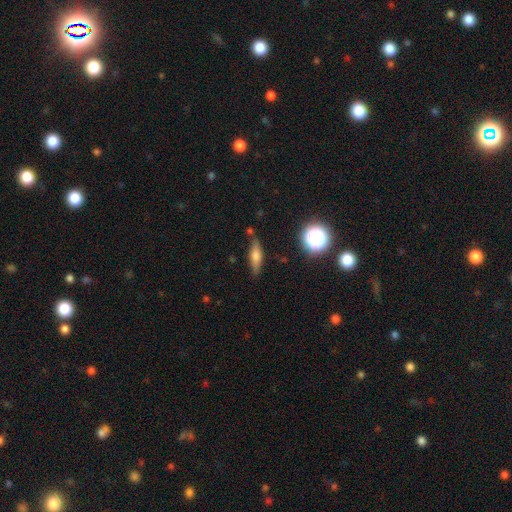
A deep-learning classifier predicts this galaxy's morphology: Smooth or featured?
  - smooth: 49% *
  - featured or disk: 40%
  - star or artifact: 11%
Merging?
  - none: 78% *
  - minor disturbance: 15%
  - major disturbance: 3%
  - merger: 3%